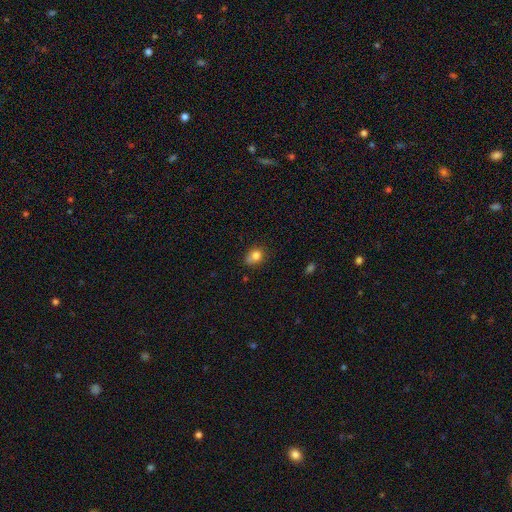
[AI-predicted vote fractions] smooth-or-featured: smooth: 81% | star or artifact: 11% | featured or disk: 8%
  how-rounded: round: 54% | in between: 45% | cigar-shaped: 1%
  merging: none: 60% | minor disturbance: 28% | major disturbance: 7% | merger: 6%